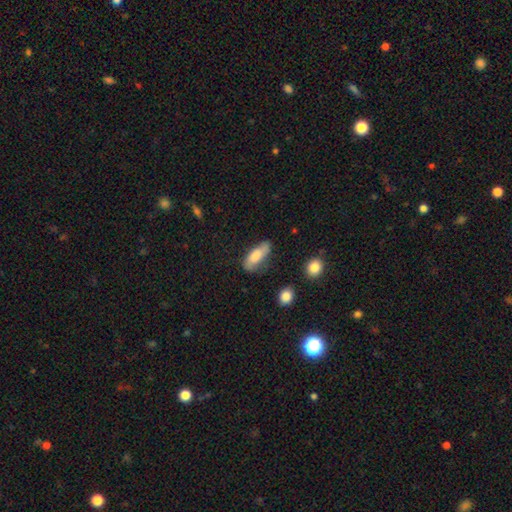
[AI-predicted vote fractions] A smooth galaxy with no disk features (73%) that is in between round and cigar-shaped (75%). Merging: none (61%).